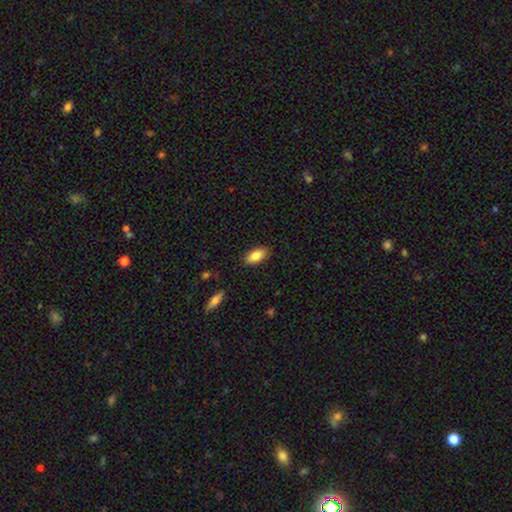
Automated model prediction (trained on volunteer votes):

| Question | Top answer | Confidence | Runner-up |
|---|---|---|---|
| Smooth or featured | smooth | 86% | featured or disk (7%) |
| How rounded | in between | 91% | cigar-shaped (6%) |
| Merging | none | 86% | minor disturbance (10%) |